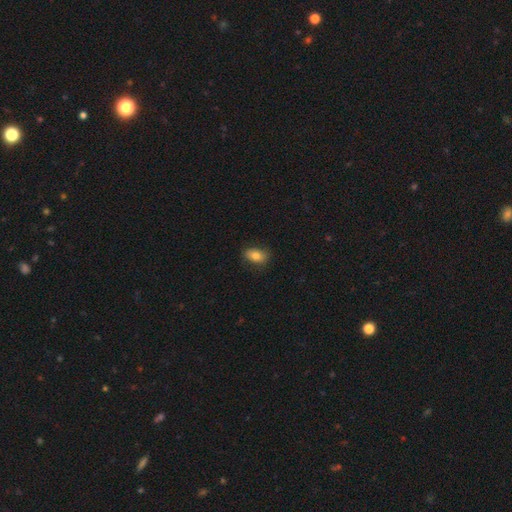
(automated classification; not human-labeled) The model was most divided on "merging": none: 81%, minor disturbance: 15%, major disturbance: 3%, merger: 1%. More confident: how rounded — in between (85%); smooth or featured — smooth (81%).